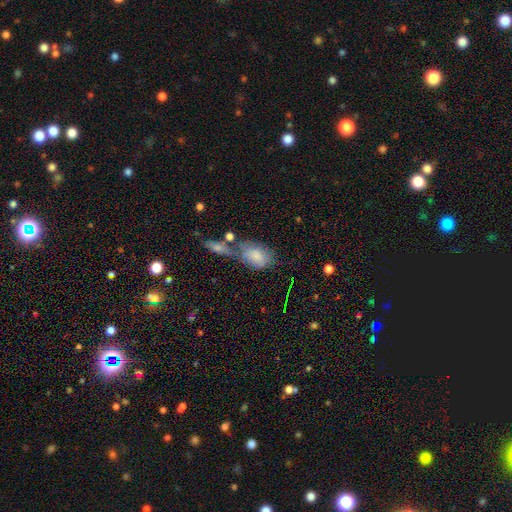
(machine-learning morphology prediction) smooth 72%, featured or disk 19%, star or artifact 9%. Down the decision tree: how rounded — in between (87%); merging — none (35%).